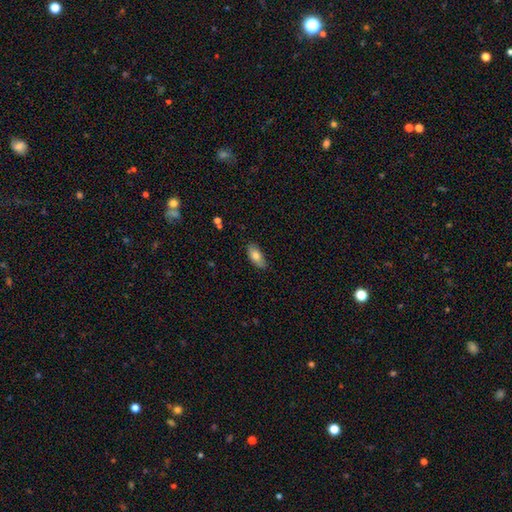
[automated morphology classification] Smooth or featured? Predicted: smooth (p=0.77). How rounded? Predicted: in between (p=0.88). Merging? Predicted: none (p=0.80).